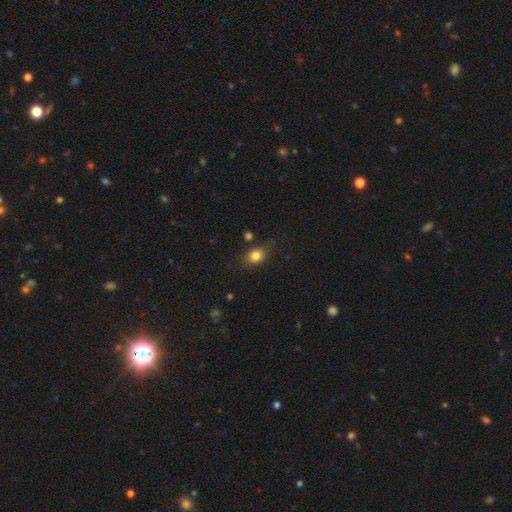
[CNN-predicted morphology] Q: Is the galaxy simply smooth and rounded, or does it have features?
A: smooth — 81%.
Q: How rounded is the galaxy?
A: in between — 52%.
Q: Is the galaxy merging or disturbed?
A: none — 74%.